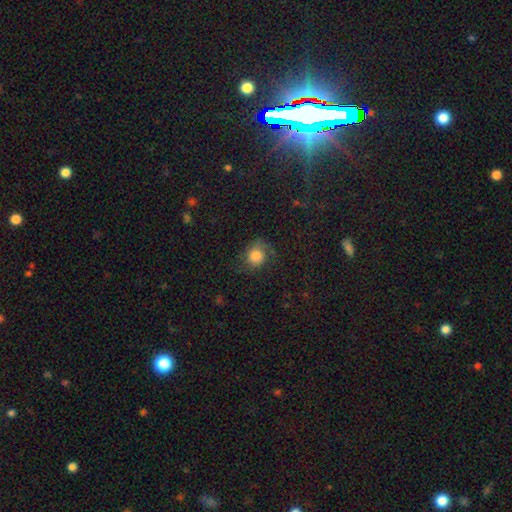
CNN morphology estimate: smooth-or-featured: smooth: 72% | featured or disk: 17% | star or artifact: 11%
  how-rounded: round: 74% | in between: 25% | cigar-shaped: 1%
  merging: none: 64% | minor disturbance: 22% | major disturbance: 13% | merger: 1%